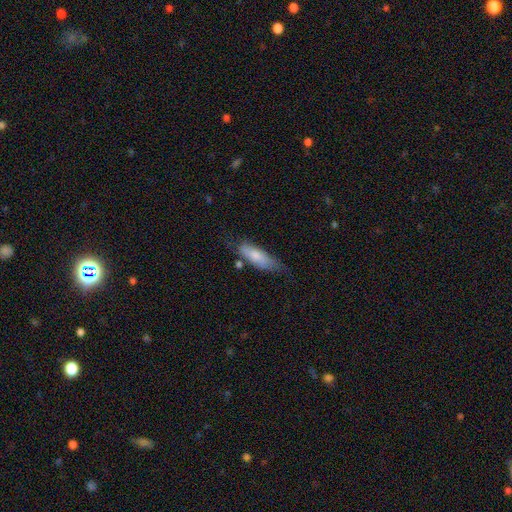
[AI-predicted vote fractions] Smooth or featured?
  - smooth: 71% *
  - featured or disk: 22%
  - star or artifact: 6%
How rounded?
  - in between: 60% *
  - cigar-shaped: 38%
  - round: 2%
Merging?
  - none: 48% *
  - minor disturbance: 34%
  - major disturbance: 12%
  - merger: 6%